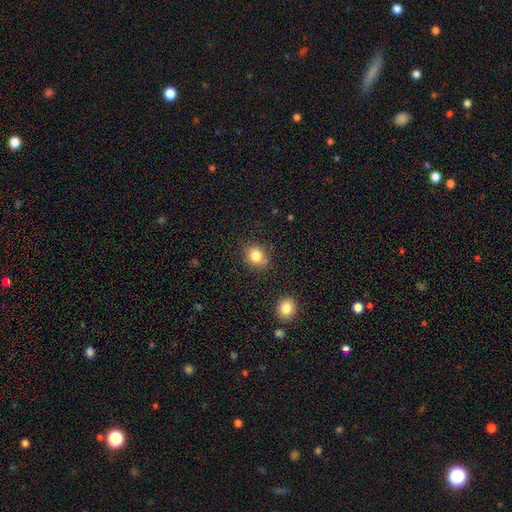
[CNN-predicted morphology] smooth-or-featured: smooth: 82% | star or artifact: 11% | featured or disk: 7%
  how-rounded: round: 69% | in between: 30% | cigar-shaped: 1%
  merging: none: 82% | minor disturbance: 12% | merger: 3% | major disturbance: 3%